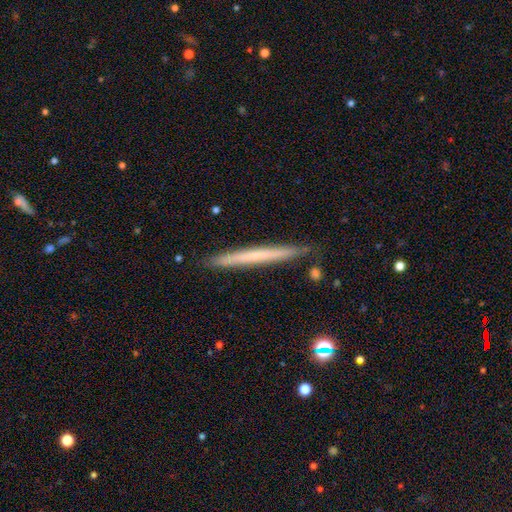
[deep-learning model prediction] A smooth galaxy with no disk features (51%) that is cigar-shaped (97%).

Vote fractions:
- Smooth or featured? smooth: 51% / featured or disk: 43% / star or artifact: 6%
- How rounded? cigar-shaped: 97% / in between: 2% / round: 1%
- Merging? none: 89% / minor disturbance: 8% / merger: 1% / major disturbance: 1%